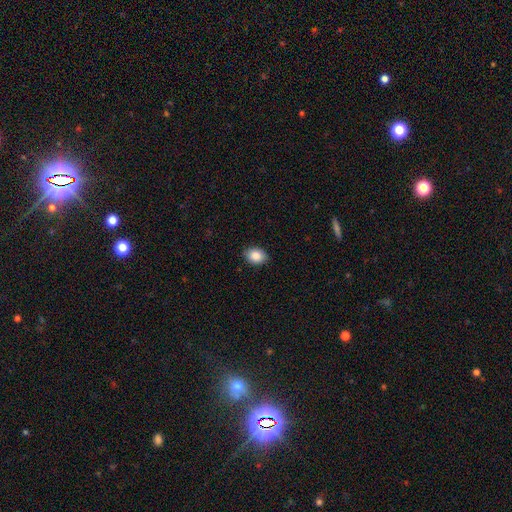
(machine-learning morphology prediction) type=smooth (86%); roundness=in between (70%); merging=none (86%).